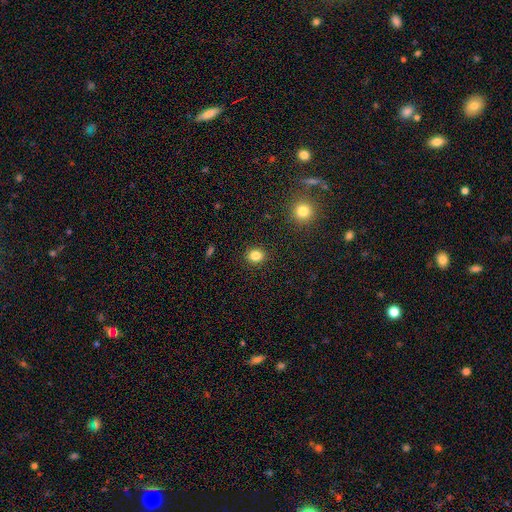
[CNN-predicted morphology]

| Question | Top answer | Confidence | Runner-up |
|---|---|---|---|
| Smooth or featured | smooth | 83% | star or artifact (12%) |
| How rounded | round | 72% | in between (27%) |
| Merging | none | 91% | minor disturbance (6%) |